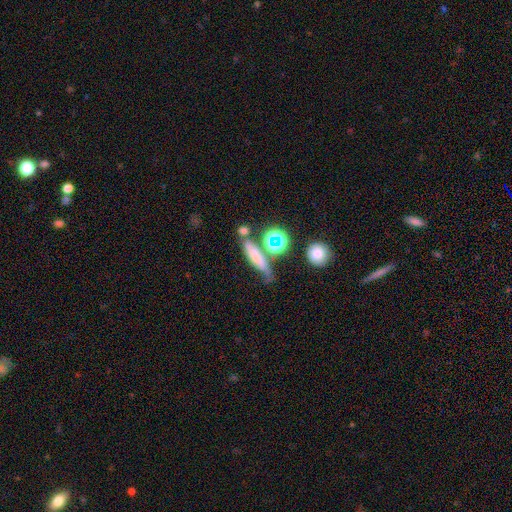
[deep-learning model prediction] Q: Smooth or featured?
A: smooth (59%); runner-up: featured or disk (23%)
Q: How rounded?
A: cigar-shaped (55%); runner-up: in between (28%)
Q: Merging?
A: none (46%); runner-up: minor disturbance (22%)